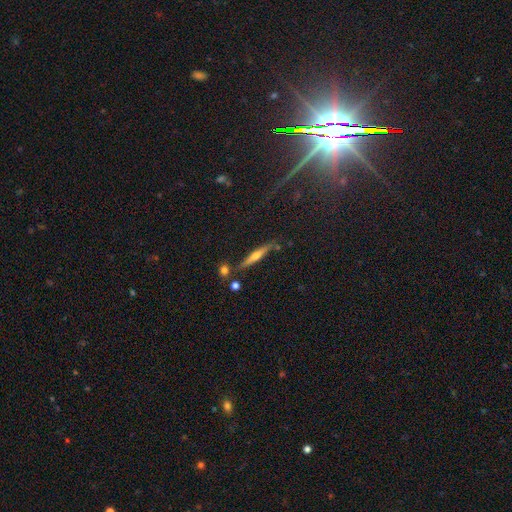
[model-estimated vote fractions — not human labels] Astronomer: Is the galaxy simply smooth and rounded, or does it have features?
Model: featured or disk — 60%.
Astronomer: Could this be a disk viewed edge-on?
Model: yes — 95%.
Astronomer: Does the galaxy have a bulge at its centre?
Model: rounded — 83%.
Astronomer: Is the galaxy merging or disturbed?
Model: none — 79%.